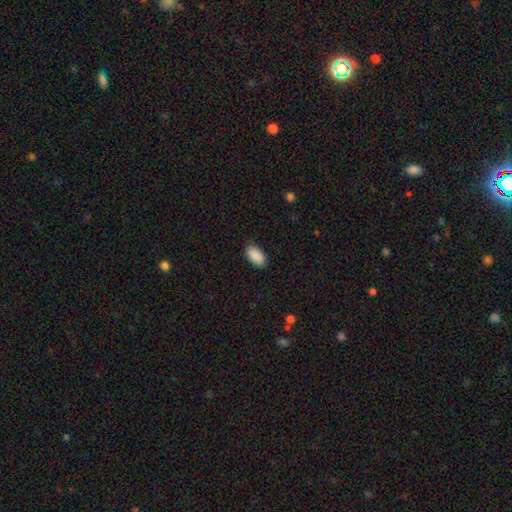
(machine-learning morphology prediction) This is clearly a smooth galaxy (91%). How rounded: clearly in between (95%). Merging: clearly none (86%).